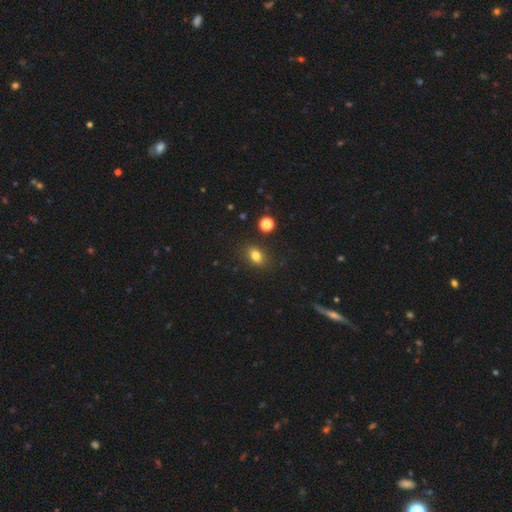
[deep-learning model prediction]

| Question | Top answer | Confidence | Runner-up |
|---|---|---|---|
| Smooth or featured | smooth | 81% | star or artifact (12%) |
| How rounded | in between | 74% | round (24%) |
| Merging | none | 83% | minor disturbance (11%) |